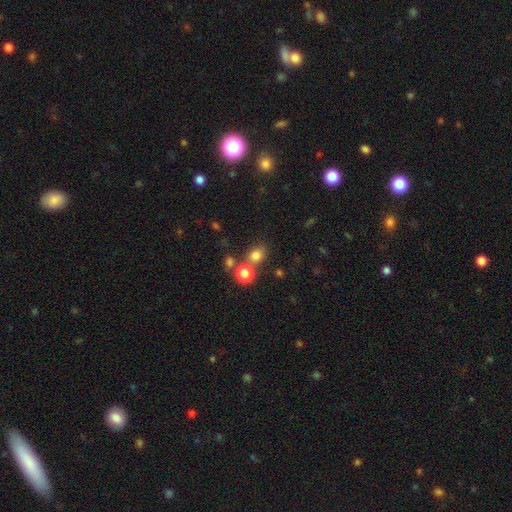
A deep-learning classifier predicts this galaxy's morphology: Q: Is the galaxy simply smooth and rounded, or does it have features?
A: smooth — 77%.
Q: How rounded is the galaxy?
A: round — 74%.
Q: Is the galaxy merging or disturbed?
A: none — 65%.